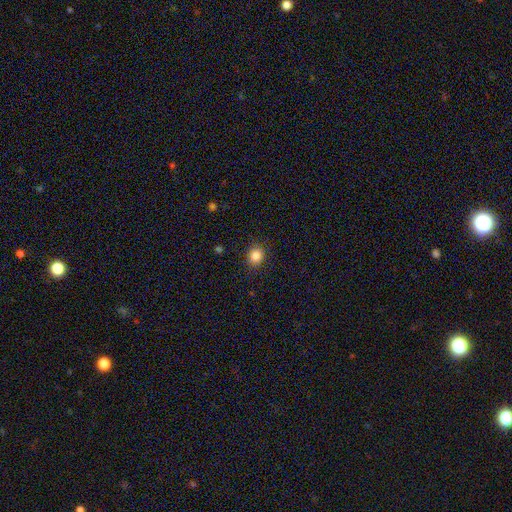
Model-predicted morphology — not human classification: Q: Smooth or featured?
A: smooth (85%); runner-up: star or artifact (10%)
Q: How rounded?
A: round (69%); runner-up: in between (30%)
Q: Merging?
A: none (87%); runner-up: minor disturbance (9%)